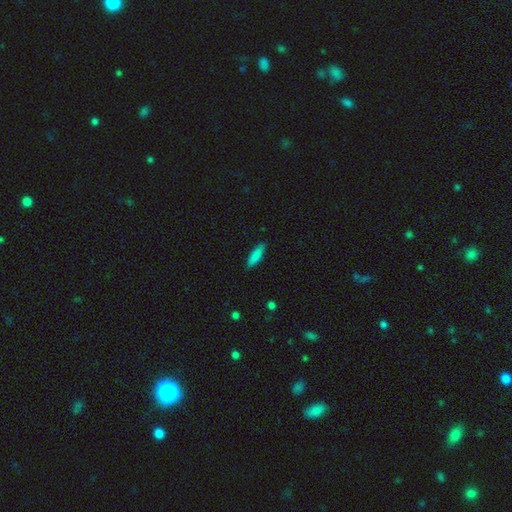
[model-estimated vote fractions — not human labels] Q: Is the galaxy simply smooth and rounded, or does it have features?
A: smooth — 85%.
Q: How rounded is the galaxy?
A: cigar-shaped — 63%.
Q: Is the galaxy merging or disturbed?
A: none — 88%.